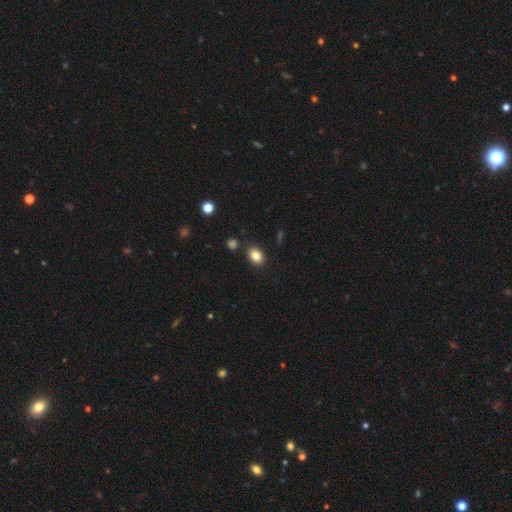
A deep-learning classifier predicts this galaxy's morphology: smooth-or-featured: smooth: 84% | star or artifact: 9% | featured or disk: 6%
  how-rounded: in between: 74% | round: 25% | cigar-shaped: 1%
  merging: none: 84% | minor disturbance: 10% | merger: 4% | major disturbance: 2%